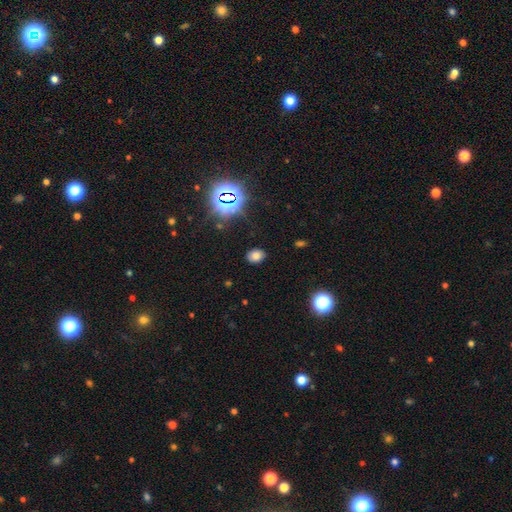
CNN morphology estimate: Smooth or featured? Predicted: smooth (p=0.72). How rounded? Predicted: in between (p=0.60). Merging? Predicted: none (p=0.86).